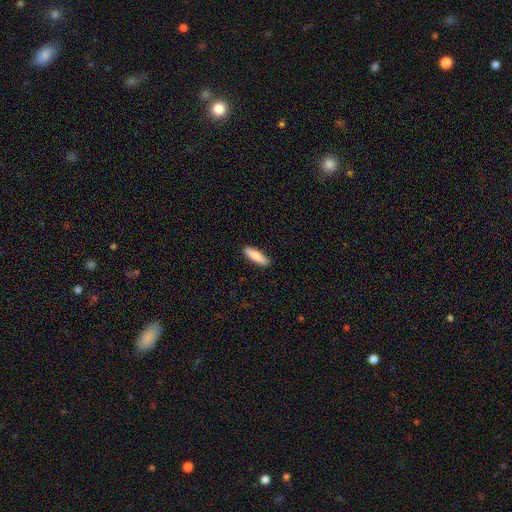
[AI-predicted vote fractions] Smooth or featured: smooth — 78% (featured or disk — 17%)
How rounded: cigar-shaped — 57% (in between — 41%)
Merging: none — 89% (minor disturbance — 8%)